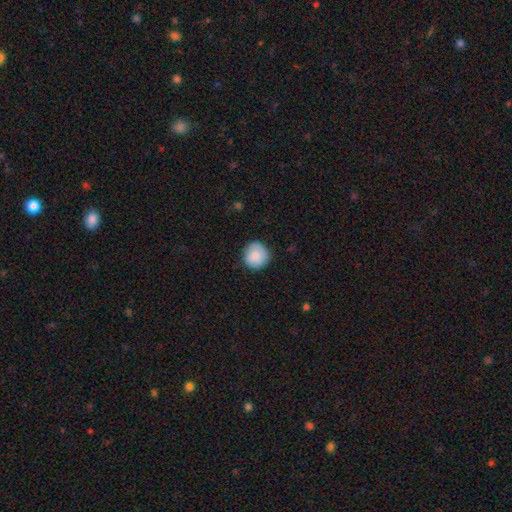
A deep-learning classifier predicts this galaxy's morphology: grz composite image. It shows a smooth galaxy with no disk features (85%) that is round (92%). Merging: none (84%).